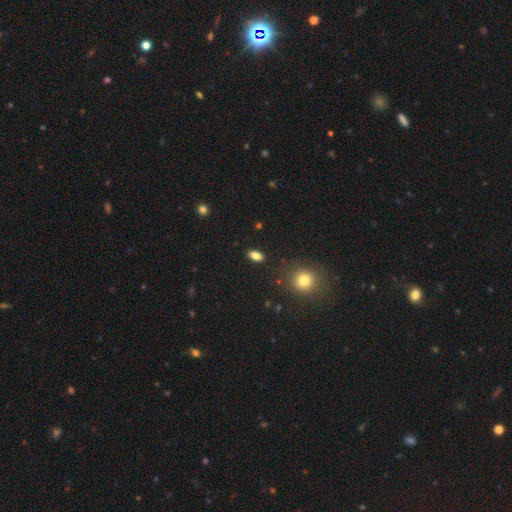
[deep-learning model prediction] smooth 82%, star or artifact 11%, featured or disk 7%. Down the decision tree: how rounded — in between (86%); merging — none (86%).